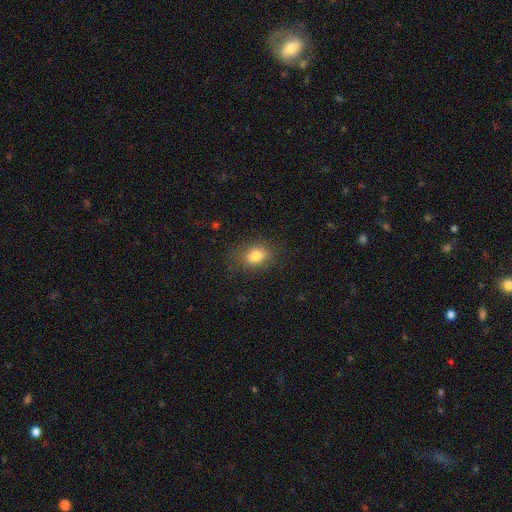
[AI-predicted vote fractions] smooth-or-featured: smooth: 81% | star or artifact: 11% | featured or disk: 8%
  how-rounded: in between: 69% | round: 30% | cigar-shaped: 2%
  merging: none: 81% | minor disturbance: 13% | major disturbance: 5% | merger: 1%